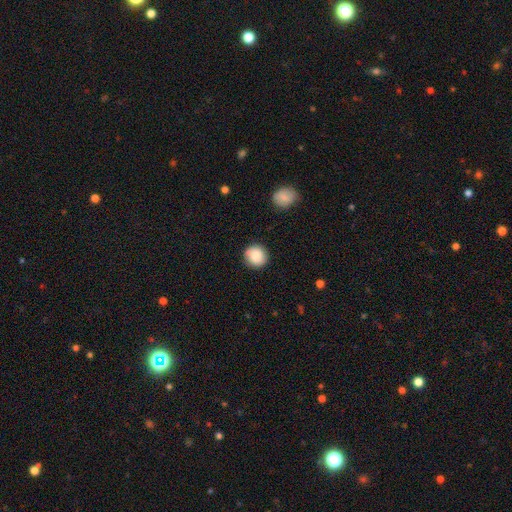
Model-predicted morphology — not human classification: smooth_or_featured: smooth (p=0.83) [alt: featured or disk p=0.09]
how_rounded: round (p=0.92) [alt: in between p=0.07]
merging: none (p=0.87) [alt: minor disturbance p=0.09]